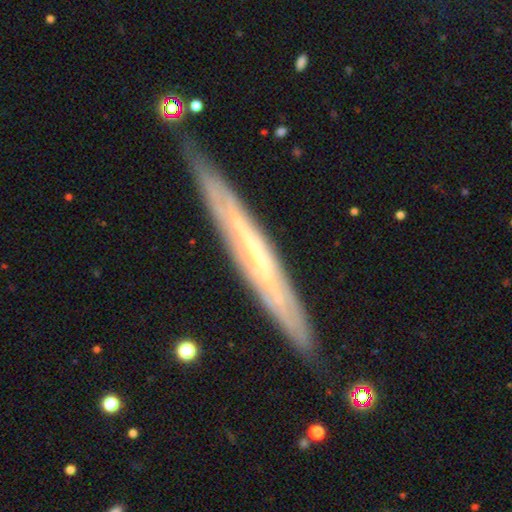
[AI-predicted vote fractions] A featured or disk galaxy (74%) viewed edge-on (84%) with no central bulge (77%).

Vote fractions:
- Smooth or featured? featured or disk: 74% / smooth: 20% / star or artifact: 7%
- Edge-on disk? yes: 84% / no: 16%
- Edge-on bulge? none: 77% / rounded: 18% / boxy: 5%
- Merging? none: 83% / minor disturbance: 13% / major disturbance: 2% / merger: 2%